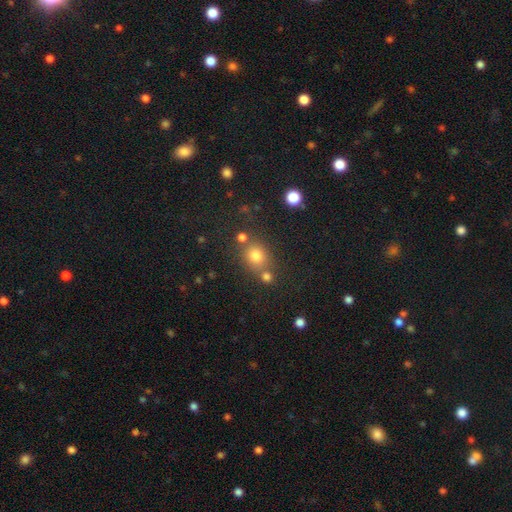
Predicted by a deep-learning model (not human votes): smooth 75%, star or artifact 17%, featured or disk 8%. Down the decision tree: how rounded — round (78%); merging — none (66%).